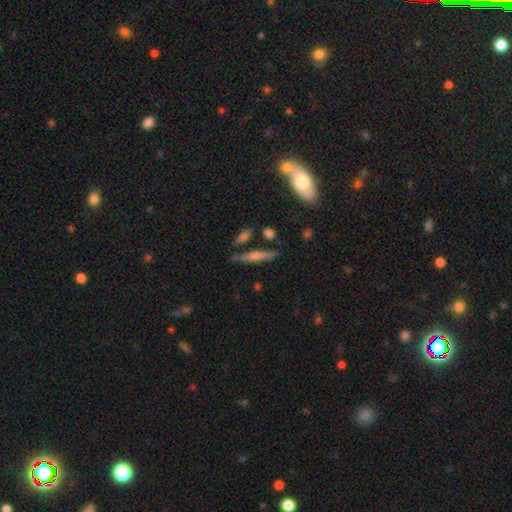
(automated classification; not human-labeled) Morphology: type=featured or disk (50%); edge-on=yes (93%); merging=none (79%).